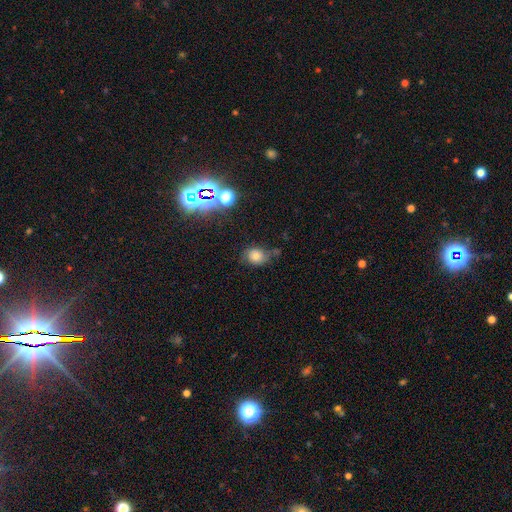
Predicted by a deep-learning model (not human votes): smooth 71%, star or artifact 17%, featured or disk 12%. Down the decision tree: how rounded — round (56%); merging — none (59%).